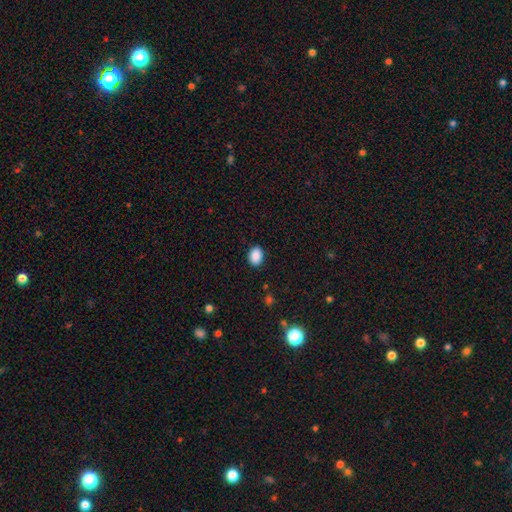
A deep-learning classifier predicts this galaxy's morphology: This appears to be a smooth galaxy with no disk features (90%) that is in between round and cigar-shaped (73%). Merging: none (89%).